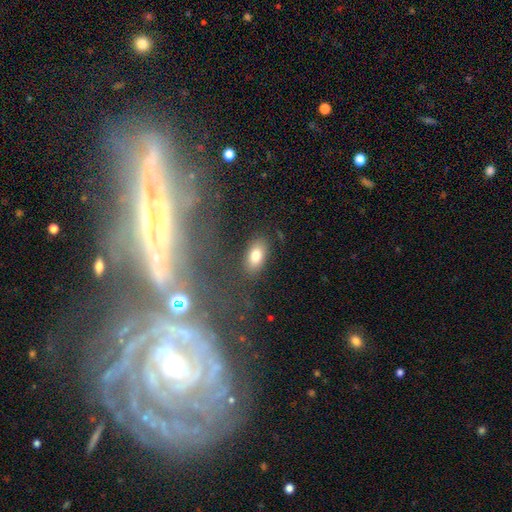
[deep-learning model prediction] A smooth galaxy with no disk features (79%) that is in between round and cigar-shaped (89%). Merging: none (82%).